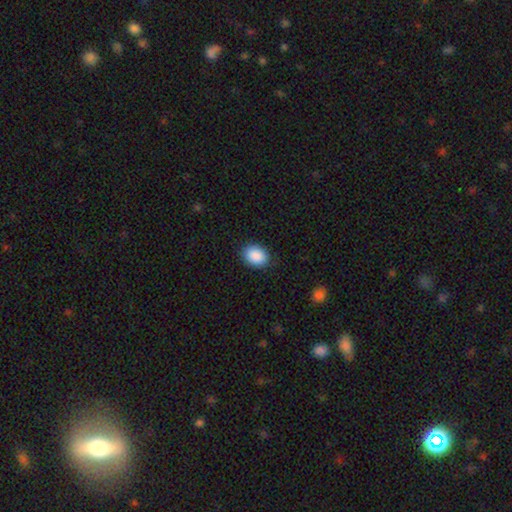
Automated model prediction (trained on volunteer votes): The model was most divided on "how rounded": in between: 71%, round: 29%, cigar-shaped: 1%. More confident: smooth or featured — smooth (90%); merging — none (87%).